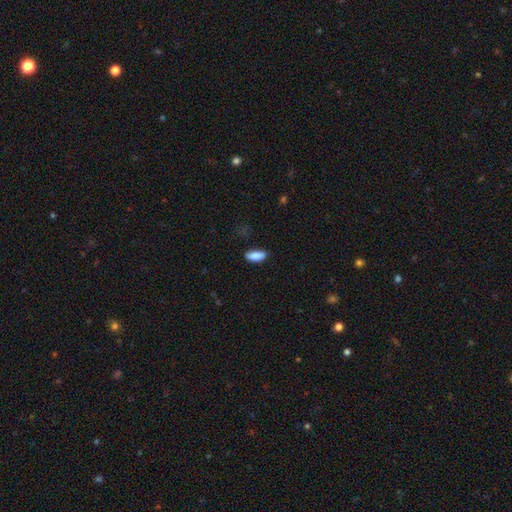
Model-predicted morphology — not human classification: Overall: smooth (88%). How rounded: in between (79%). Merging: none (77%).